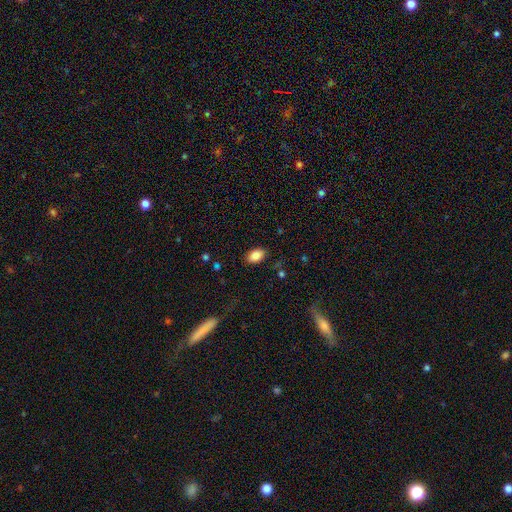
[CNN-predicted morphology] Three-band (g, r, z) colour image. It shows a smooth galaxy with no disk features (87%) that is in between round and cigar-shaped (90%). Merging: none (86%).